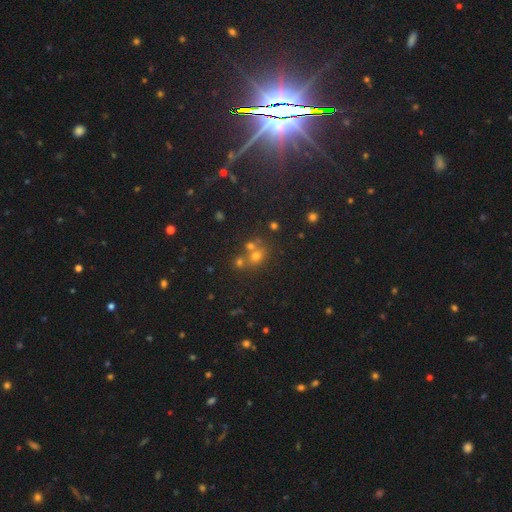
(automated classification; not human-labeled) Smooth or featured: smooth — 53% (star or artifact — 32%)
How rounded: round — 73% (in between — 25%)
Merging: none — 50% (merger — 37%)